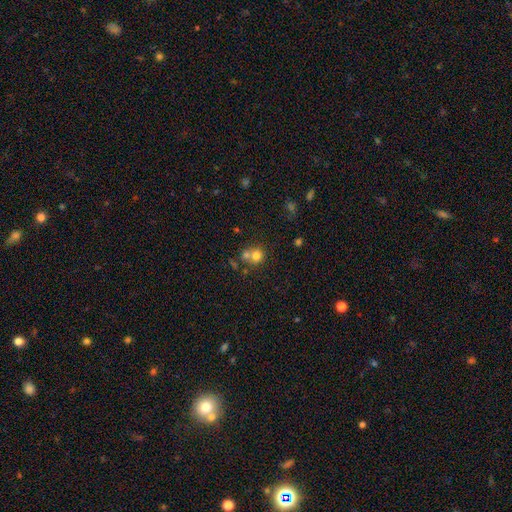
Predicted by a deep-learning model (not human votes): A smooth galaxy with no disk features (74%) that is round (84%). Merging: merger (45%).